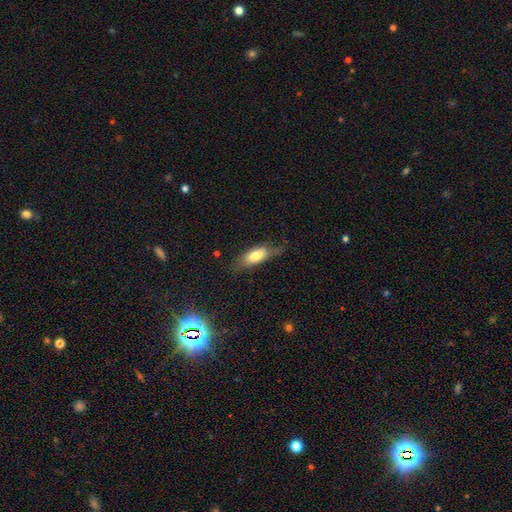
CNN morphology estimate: This is likely a smooth galaxy (70%). How rounded: likely in between (74%). Merging: possibly none (58%).